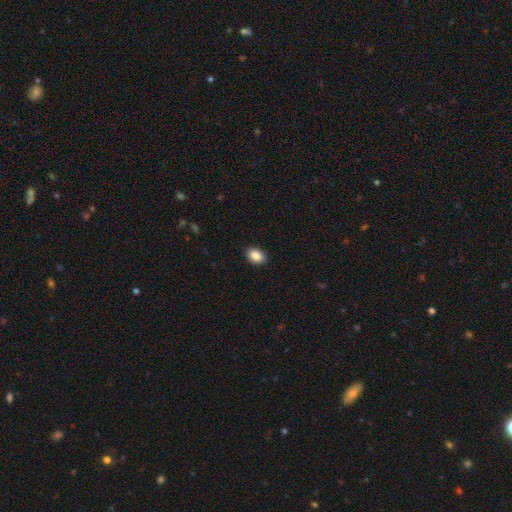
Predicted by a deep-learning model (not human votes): smooth 88%, star or artifact 8%, featured or disk 5%. Down the decision tree: how rounded — in between (84%); merging — none (90%).